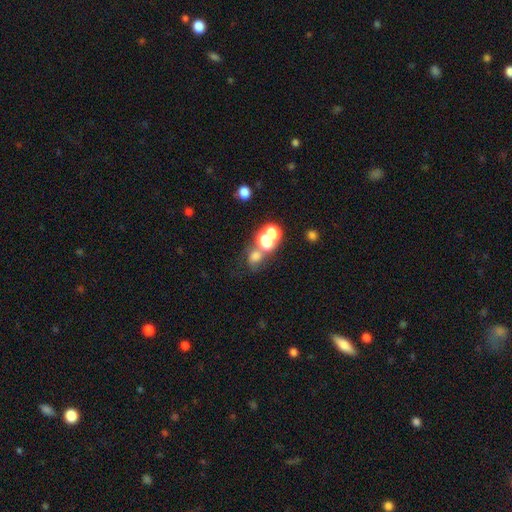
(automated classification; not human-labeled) Smooth or featured: smooth — 60% (star or artifact — 25%)
How rounded: round — 68% (in between — 31%)
Merging: merger — 41% (tied with none — 41%)